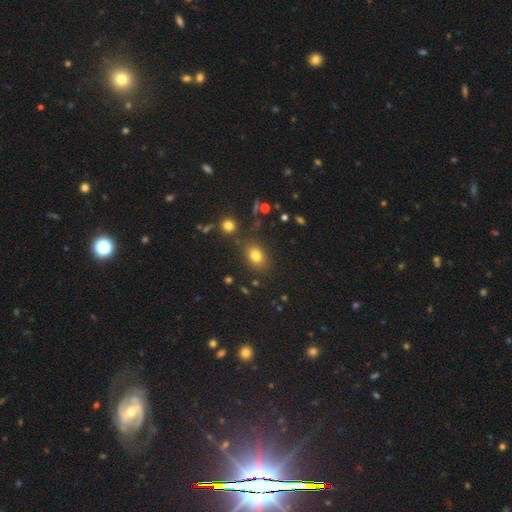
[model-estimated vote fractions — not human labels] Smooth or featured?
  - smooth: 78% *
  - star or artifact: 14%
  - featured or disk: 8%
How rounded?
  - in between: 65% *
  - round: 33%
  - cigar-shaped: 2%
Merging?
  - none: 80% *
  - minor disturbance: 11%
  - merger: 6%
  - major disturbance: 4%